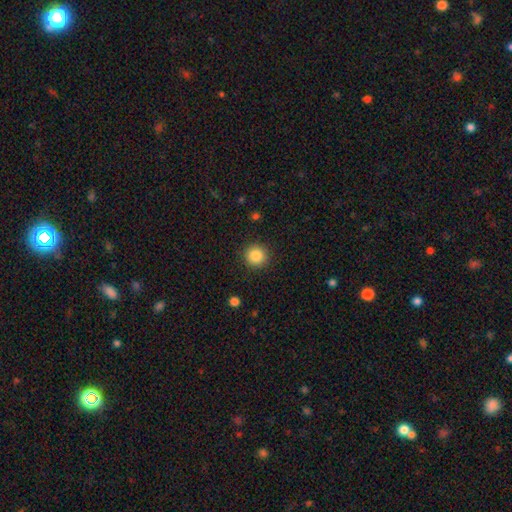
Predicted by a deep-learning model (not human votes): A smooth galaxy with no disk features (85%) that is round (94%).

Vote fractions:
- Smooth or featured? smooth: 85% / star or artifact: 10% / featured or disk: 5%
- How rounded? round: 94% / in between: 5% / cigar-shaped: 1%
- Merging? none: 91% / minor disturbance: 6% / major disturbance: 2% / merger: 1%